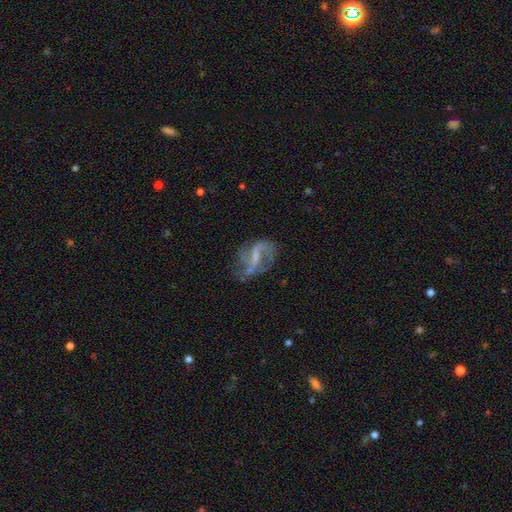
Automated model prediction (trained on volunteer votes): Smooth or featured? featured or disk (73%)
Edge-on disk? no (97%)
Bar? weak (46%)
Spiral arms? yes (76%)
Spiral winding? loose (55%)
Spiral arm count? 2 (63%)
Bulge size? none (40%)
Merging? none (43%)